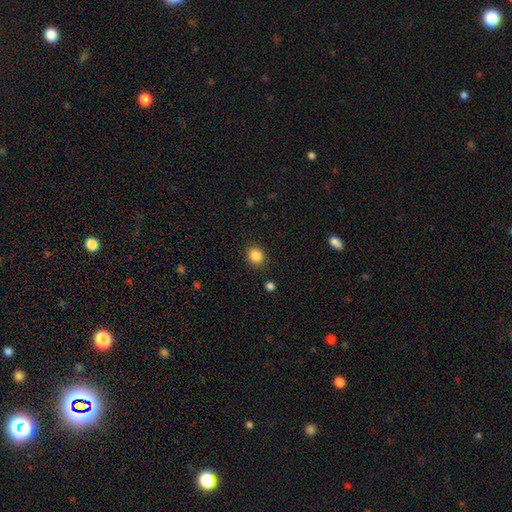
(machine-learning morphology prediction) A smooth galaxy with no disk features (86%) that is round (62%).

Vote fractions:
- Smooth or featured? smooth: 86% / star or artifact: 10% / featured or disk: 4%
- How rounded? round: 62% / in between: 37% / cigar-shaped: 1%
- Merging? none: 88% / minor disturbance: 8% / major disturbance: 3% / merger: 2%